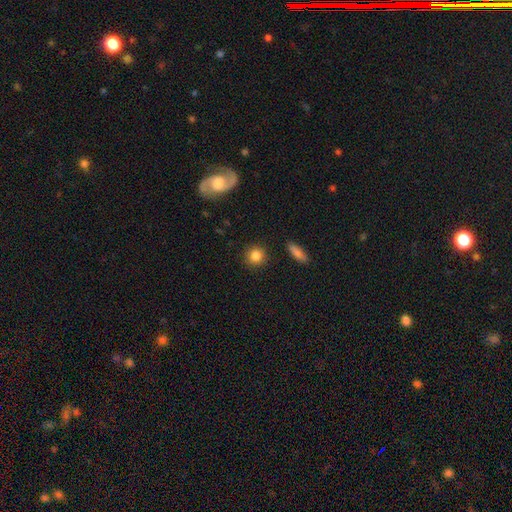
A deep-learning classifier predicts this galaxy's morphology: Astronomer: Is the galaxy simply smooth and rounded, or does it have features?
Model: smooth — 84%.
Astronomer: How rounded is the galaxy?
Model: round — 89%.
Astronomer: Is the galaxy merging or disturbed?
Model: none — 90%.